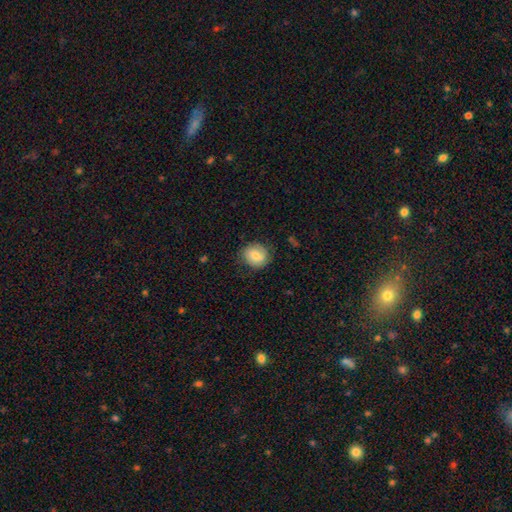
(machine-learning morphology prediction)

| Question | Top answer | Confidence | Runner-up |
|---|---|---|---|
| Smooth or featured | smooth | 77% | featured or disk (16%) |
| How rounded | round | 74% | in between (25%) |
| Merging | none | 78% | minor disturbance (16%) |